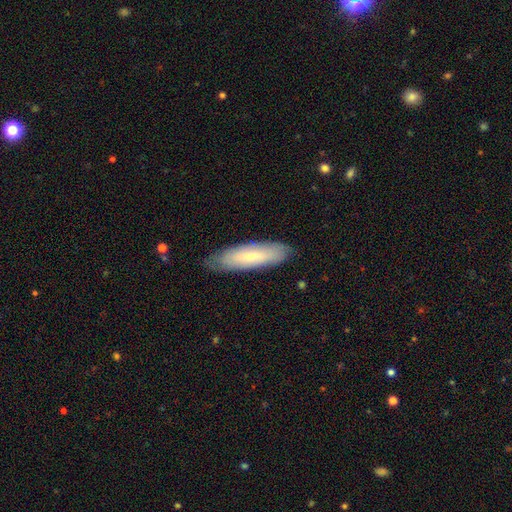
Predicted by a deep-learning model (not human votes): This appears to be a smooth galaxy with no disk features (51%) that is cigar-shaped (64%). Merging: none (84%).